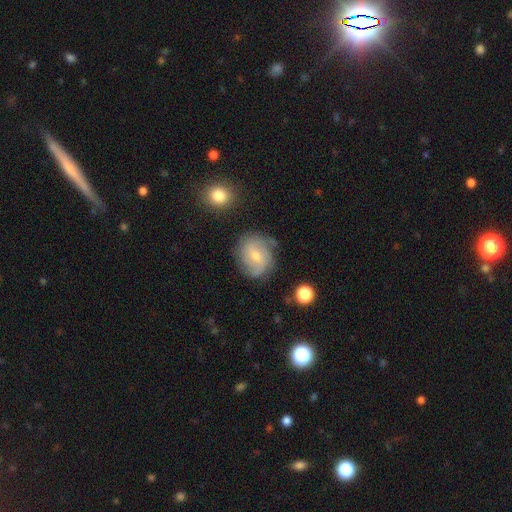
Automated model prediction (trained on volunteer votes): Smooth or featured: featured or disk — 57% (smooth — 35%)
Edge-on disk: no — 97% (yes — 3%)
Bar: weak — 47% (no — 42%)
Spiral arms: yes — 86% (no — 14%)
Bulge size: small — 54% (moderate — 42%)
Merging: none — 70% (minor disturbance — 20%)